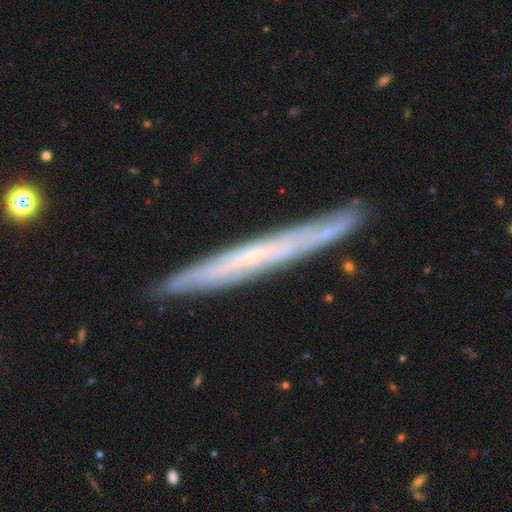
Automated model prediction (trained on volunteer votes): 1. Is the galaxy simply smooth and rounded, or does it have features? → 68% featured or disk, 25% smooth, 7% star or artifact.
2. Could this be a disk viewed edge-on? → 88% yes, 12% no.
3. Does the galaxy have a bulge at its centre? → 77% none, 20% rounded, 3% boxy.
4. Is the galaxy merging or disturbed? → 86% none, 10% minor disturbance, 2% major disturbance, 1% merger.